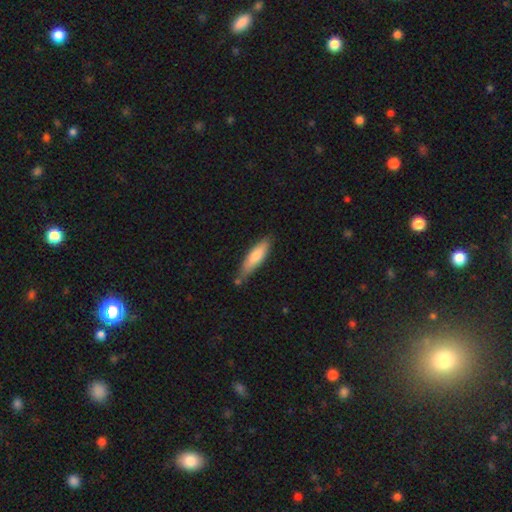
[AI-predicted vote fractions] This appears to be a smooth galaxy with no disk features (73%) that is cigar-shaped (72%). Merging: none (71%).